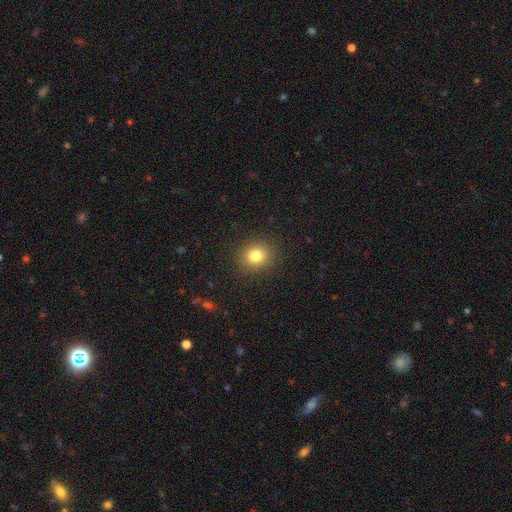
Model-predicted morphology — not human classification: Smooth or featured?
  - smooth: 80% *
  - star or artifact: 12%
  - featured or disk: 7%
How rounded?
  - round: 78% *
  - in between: 21%
  - cigar-shaped: 1%
Merging?
  - none: 89% *
  - minor disturbance: 7%
  - major disturbance: 3%
  - merger: 1%